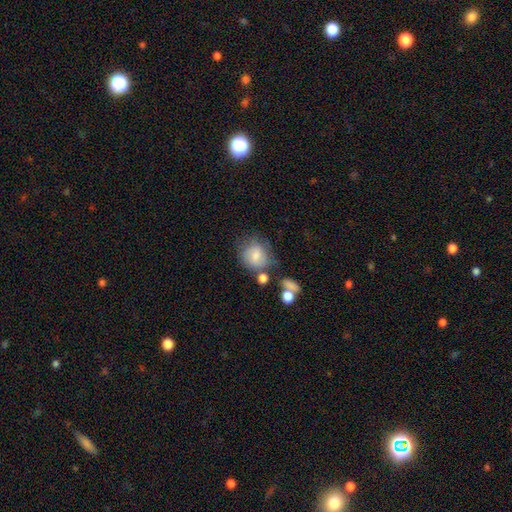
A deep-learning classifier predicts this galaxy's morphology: This appears to be a smooth galaxy with no disk features (69%) that is round (71%). Merging: none (50%).